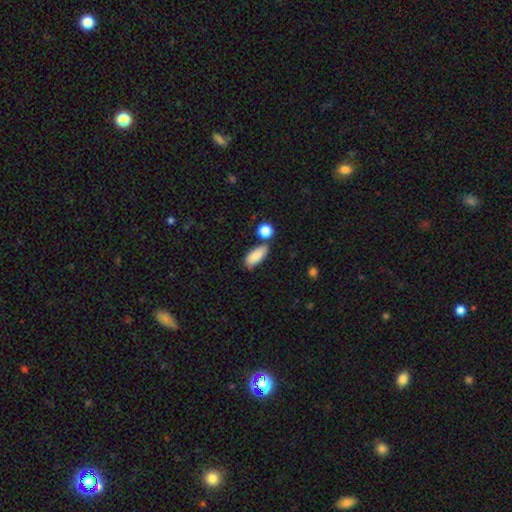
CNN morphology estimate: Q: Smooth or featured?
A: smooth (86%); runner-up: star or artifact (7%)
Q: How rounded?
A: in between (87%); runner-up: cigar-shaped (10%)
Q: Merging?
A: none (67%); runner-up: minor disturbance (17%)